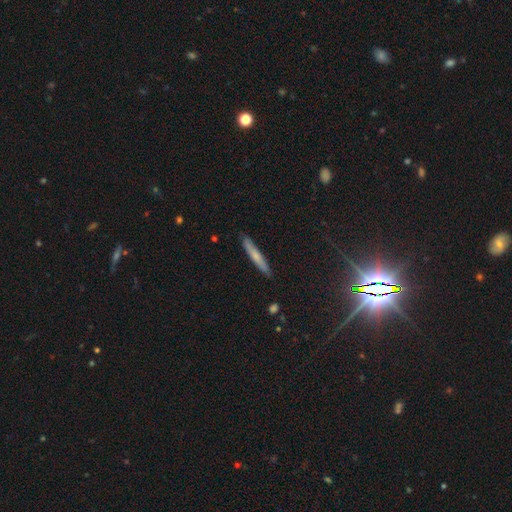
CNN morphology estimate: smooth-or-featured: smooth: 60% | featured or disk: 34% | star or artifact: 7%
  how-rounded: cigar-shaped: 95% | in between: 4% | round: 1%
  merging: none: 89% | minor disturbance: 9% | major disturbance: 1% | merger: 1%